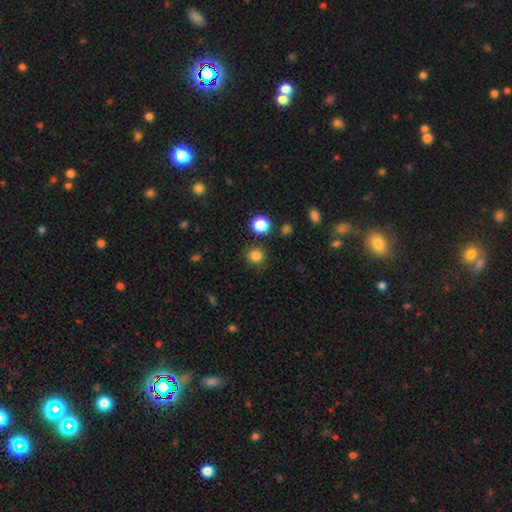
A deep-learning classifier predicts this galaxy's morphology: smooth_or_featured: smooth (p=0.83) [alt: star or artifact p=0.13]
how_rounded: round (p=0.88) [alt: in between p=0.11]
merging: none (p=0.87) [alt: minor disturbance p=0.07]